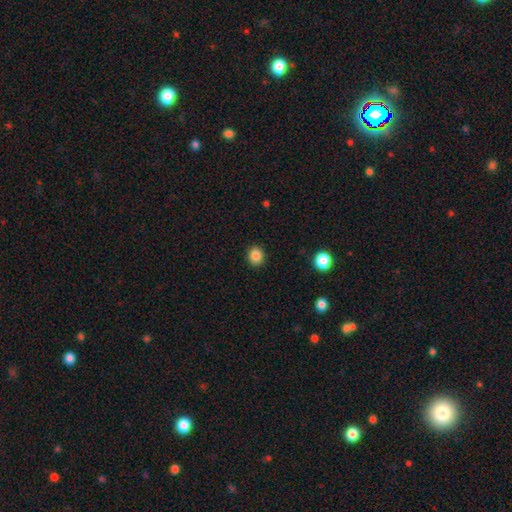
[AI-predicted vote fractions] The model was most divided on "how rounded": round: 74%, in between: 25%, cigar-shaped: 1%. More confident: merging — none (91%); smooth or featured — smooth (86%).